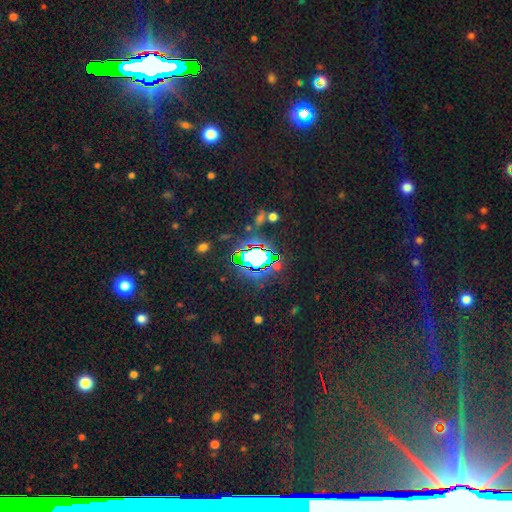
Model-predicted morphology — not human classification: type=star or artifact (72%).